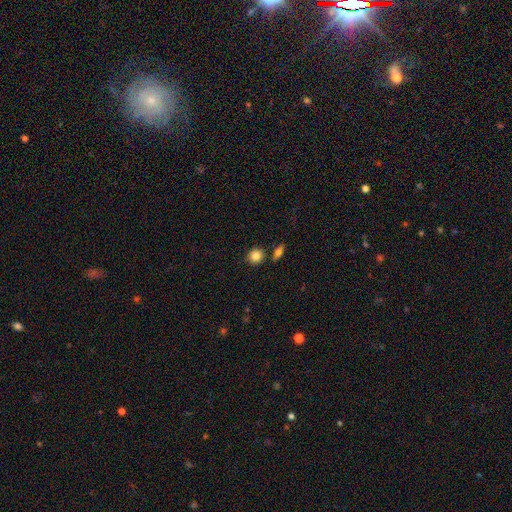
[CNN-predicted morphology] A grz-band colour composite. It shows a smooth galaxy with no disk features (85%) that is round (83%). Merging: none (80%).